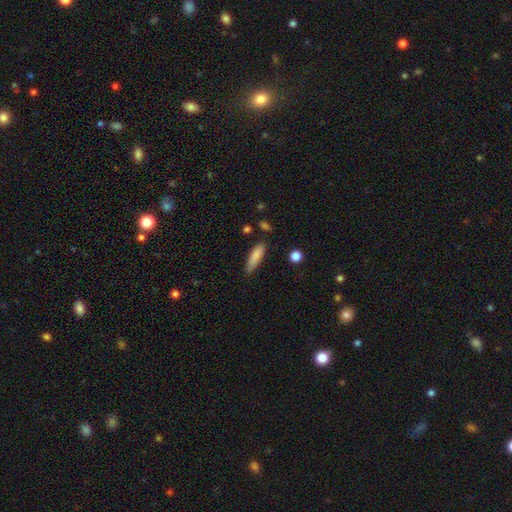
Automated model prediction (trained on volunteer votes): Smooth or featured? Predicted: smooth (p=0.83). How rounded? Predicted: cigar-shaped (p=0.64). Merging? Predicted: none (p=0.71).